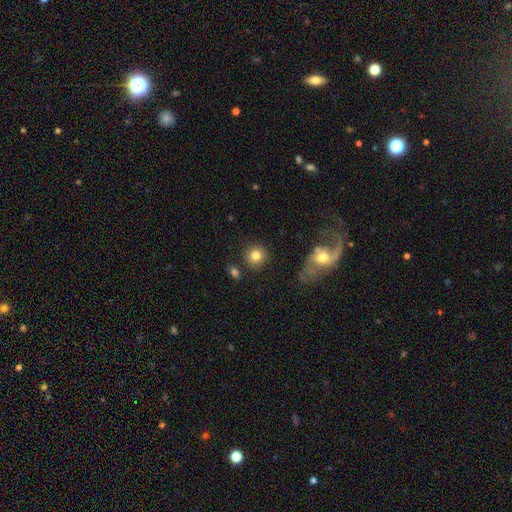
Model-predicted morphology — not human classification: smooth_or_featured: smooth (p=0.82) [alt: star or artifact p=0.10]
how_rounded: round (p=0.90) [alt: in between p=0.09]
merging: none (p=0.83) [alt: minor disturbance p=0.09]